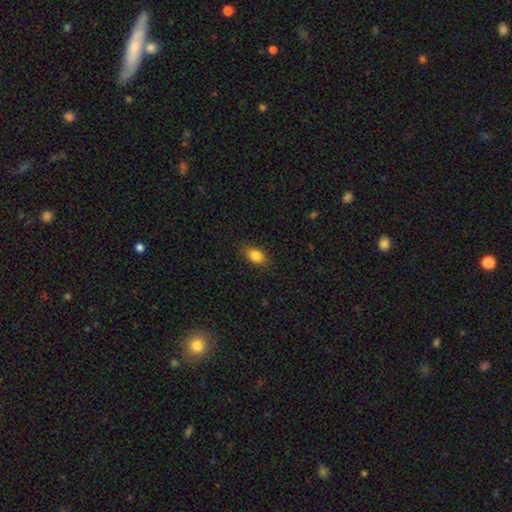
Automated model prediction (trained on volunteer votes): A smooth galaxy with no disk features (85%) that is in between round and cigar-shaped (83%).

Vote fractions:
- Smooth or featured? smooth: 85% / star or artifact: 9% / featured or disk: 7%
- How rounded? in between: 83% / round: 14% / cigar-shaped: 3%
- Merging? none: 85% / minor disturbance: 11% / major disturbance: 3% / merger: 1%